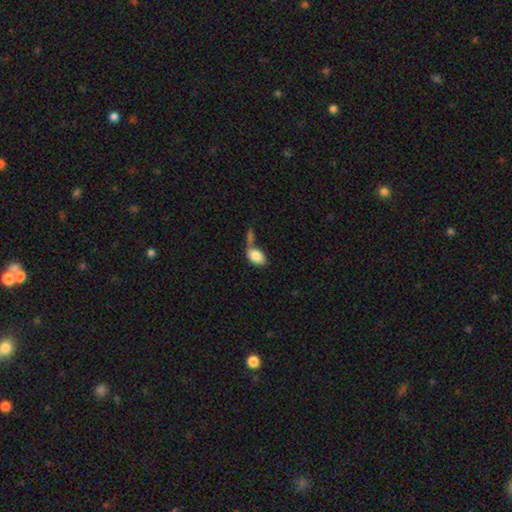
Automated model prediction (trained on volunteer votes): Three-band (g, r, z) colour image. It shows a smooth galaxy with no disk features (86%) that is in between round and cigar-shaped (91%). Merging: none (41%).